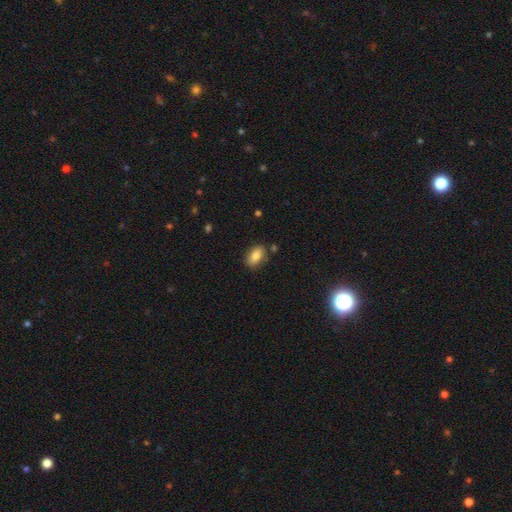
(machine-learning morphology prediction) Q: Smooth or featured?
A: smooth (84%); runner-up: featured or disk (8%)
Q: How rounded?
A: in between (90%); runner-up: round (7%)
Q: Merging?
A: none (80%); runner-up: minor disturbance (13%)